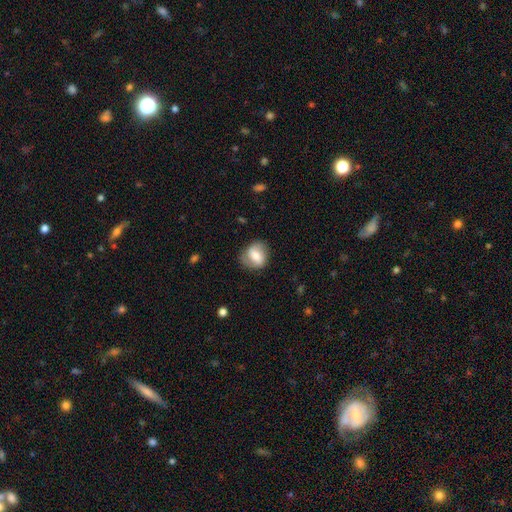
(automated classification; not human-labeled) This is possibly a smooth galaxy (55%). How rounded: likely round (61%). Merging: likely none (77%).